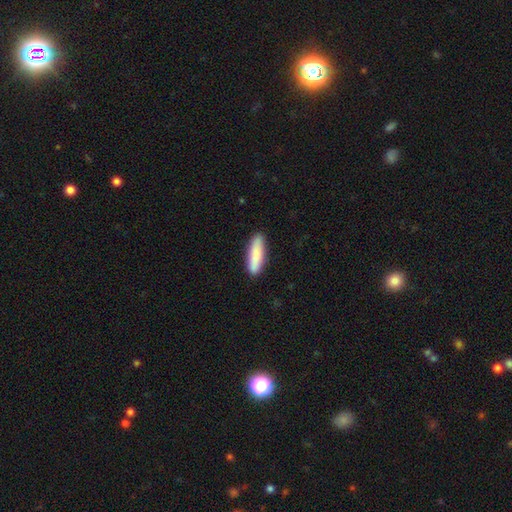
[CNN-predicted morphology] smooth 85%, featured or disk 10%, star or artifact 5%. Down the decision tree: how rounded — cigar-shaped (68%); merging — none (88%).